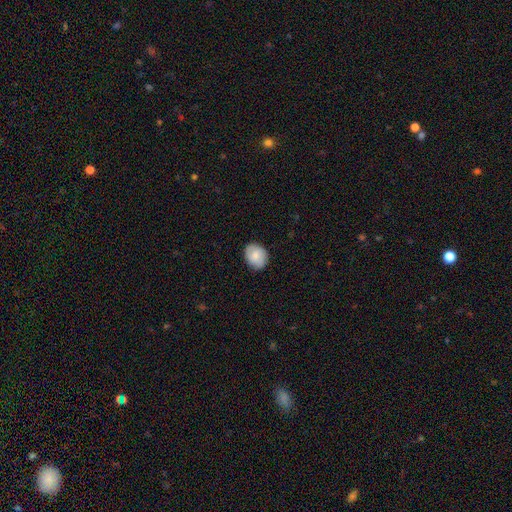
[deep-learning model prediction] Smooth or featured? smooth (77%)
How rounded? in between (50%)
Merging? none (84%)